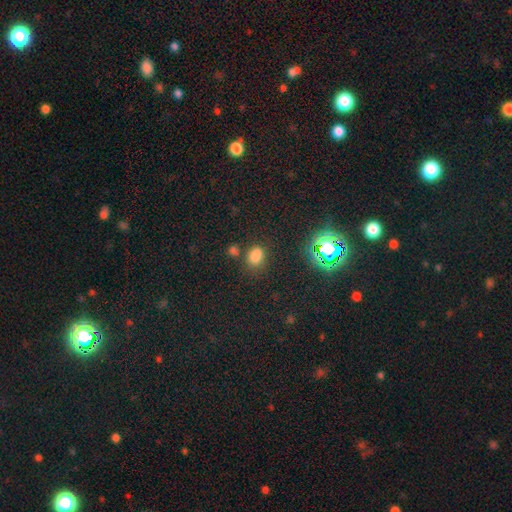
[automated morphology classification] A smooth galaxy with no disk features (71%) that is in between round and cigar-shaped (65%). Merging: none (66%).